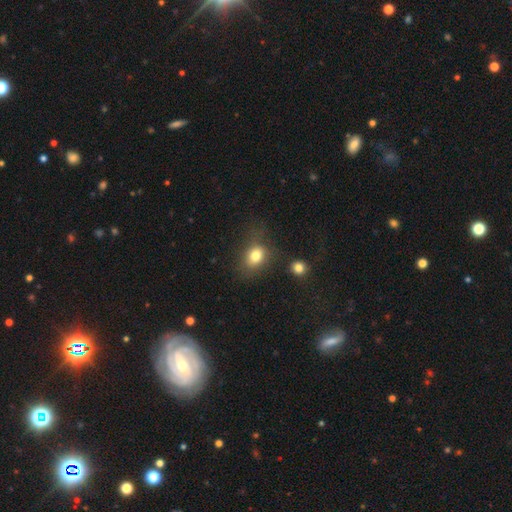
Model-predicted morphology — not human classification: smooth 79%, star or artifact 11%, featured or disk 9%. Down the decision tree: how rounded — in between (58%); merging — none (63%).